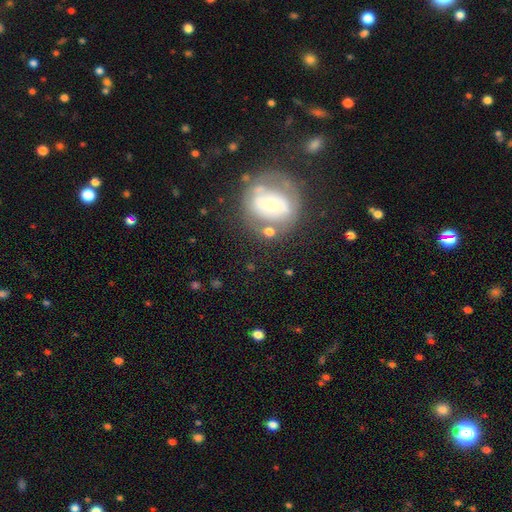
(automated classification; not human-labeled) The model was most divided on "smooth or featured": featured or disk: 42%, smooth: 31%, star or artifact: 27%. More confident: merging — none (71%).